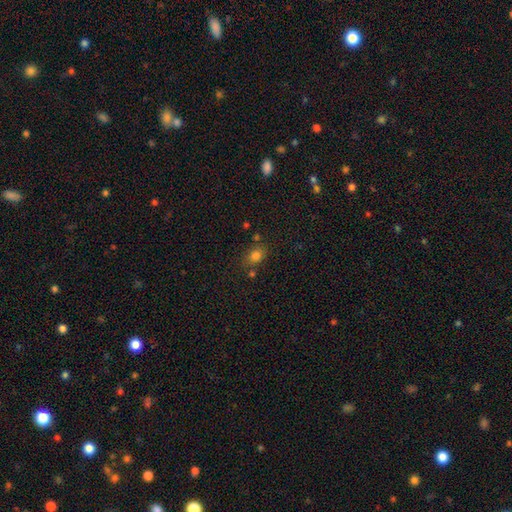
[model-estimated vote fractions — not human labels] Overall: smooth (78%). How rounded: in between (59%; round 40%). Merging: none (70%).